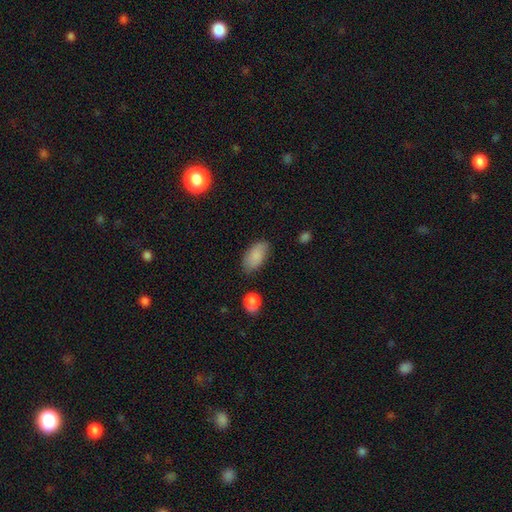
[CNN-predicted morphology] This appears to be a smooth galaxy with no disk features (86%) that is in between round and cigar-shaped (94%). Merging: none (79%).